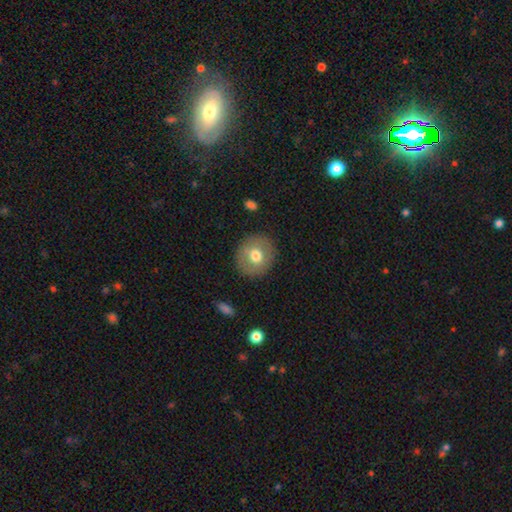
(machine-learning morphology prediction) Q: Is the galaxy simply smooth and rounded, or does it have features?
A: smooth — 68%.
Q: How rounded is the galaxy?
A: round — 85%.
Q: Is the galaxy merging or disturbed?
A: none — 88%.